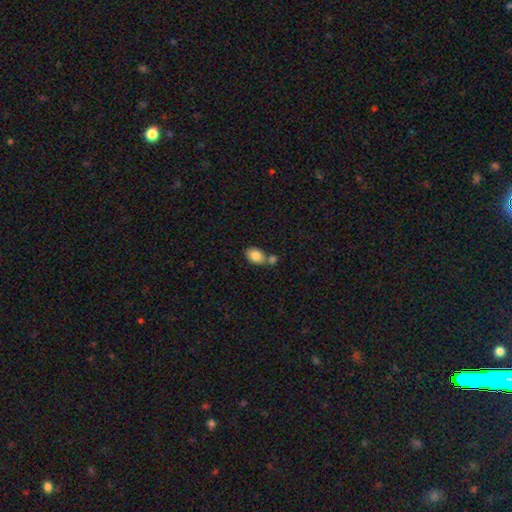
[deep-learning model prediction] smooth-or-featured: smooth: 83% | featured or disk: 9% | star or artifact: 8%
  how-rounded: in between: 82% | round: 17% | cigar-shaped: 1%
  merging: none: 49% | merger: 36% | minor disturbance: 12% | major disturbance: 3%